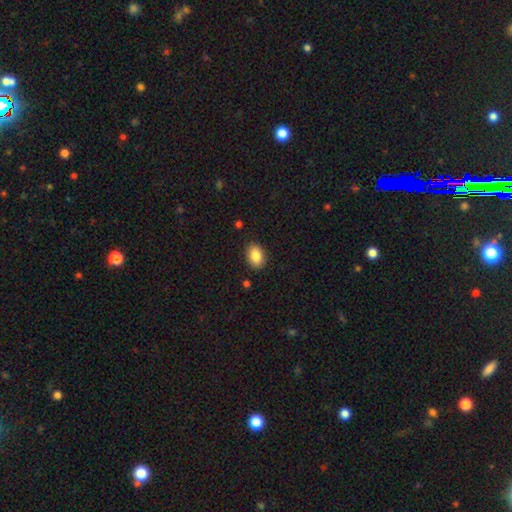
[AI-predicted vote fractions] Smooth or featured? Predicted: smooth (p=0.87). How rounded? Predicted: in between (p=0.86). Merging? Predicted: none (p=0.88).